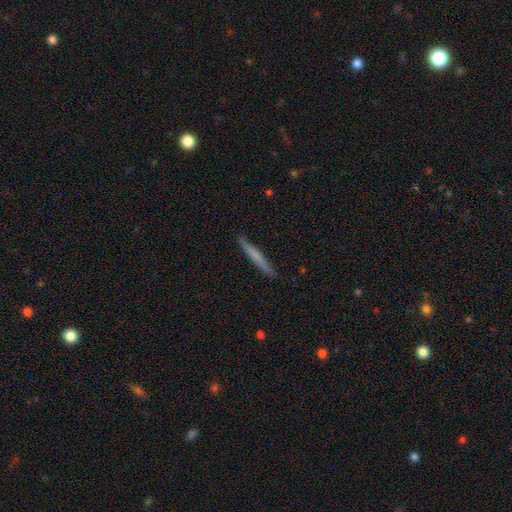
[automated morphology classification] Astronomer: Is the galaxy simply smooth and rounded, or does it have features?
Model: smooth — 62%.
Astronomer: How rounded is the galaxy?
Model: cigar-shaped — 96%.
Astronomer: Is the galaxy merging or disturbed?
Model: none — 89%.